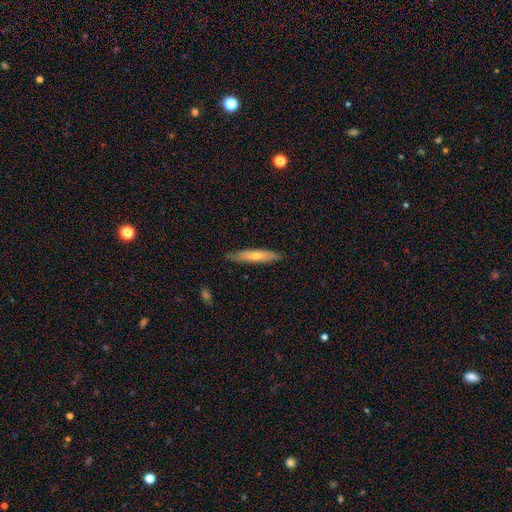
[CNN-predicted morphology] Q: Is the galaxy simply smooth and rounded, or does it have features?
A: smooth — 51%.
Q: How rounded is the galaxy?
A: cigar-shaped — 88%.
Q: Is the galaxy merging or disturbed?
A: none — 86%.